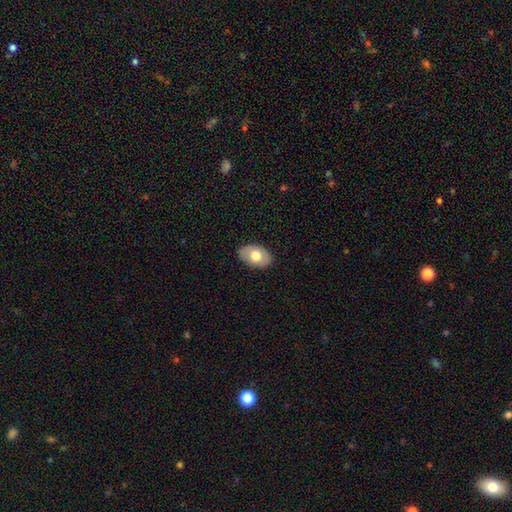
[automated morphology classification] A smooth galaxy with no disk features (62%) that is in between round and cigar-shaped (86%). Merging: none (85%).